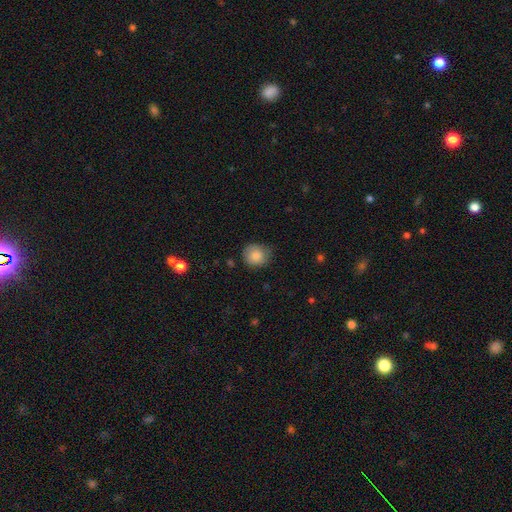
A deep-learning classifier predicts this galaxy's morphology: Smooth or featured: smooth — 85% (star or artifact — 8%)
How rounded: round — 81% (in between — 18%)
Merging: none — 69% (minor disturbance — 24%)